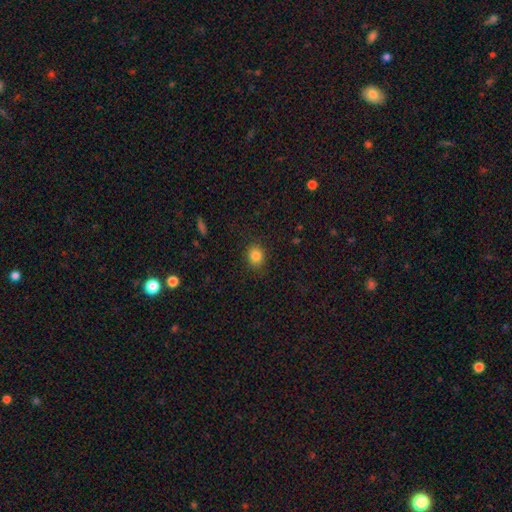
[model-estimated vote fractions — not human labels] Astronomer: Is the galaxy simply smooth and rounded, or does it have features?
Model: smooth — 84%.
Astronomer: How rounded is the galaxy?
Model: round — 63%.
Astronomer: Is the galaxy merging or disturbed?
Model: none — 87%.